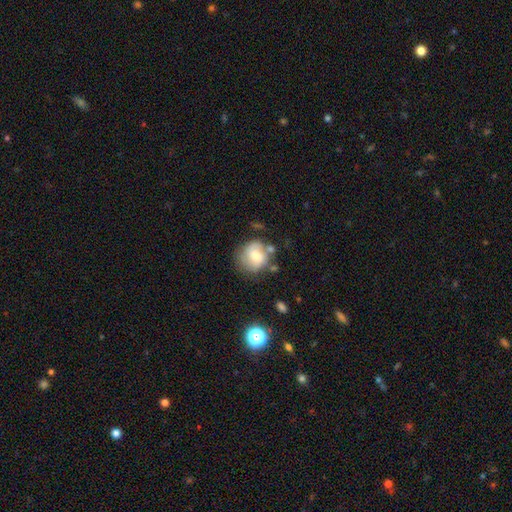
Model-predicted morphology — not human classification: Smooth or featured? Predicted: smooth (p=0.59). How rounded? Predicted: round (p=0.77). Merging? Predicted: none (p=0.52).